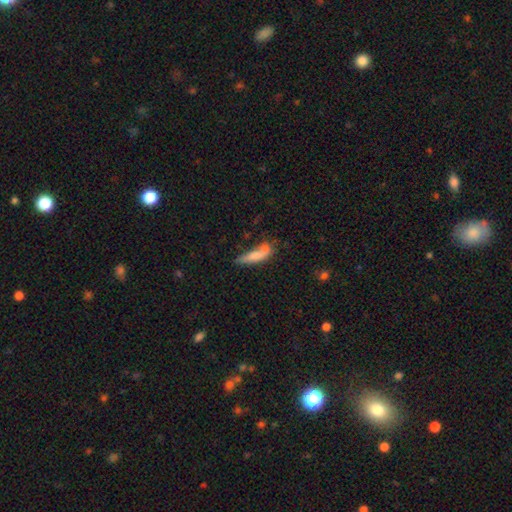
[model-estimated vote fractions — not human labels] Smooth or featured? Predicted: smooth (p=0.72). How rounded? Predicted: cigar-shaped (p=0.66). Merging? Predicted: none (p=0.44).